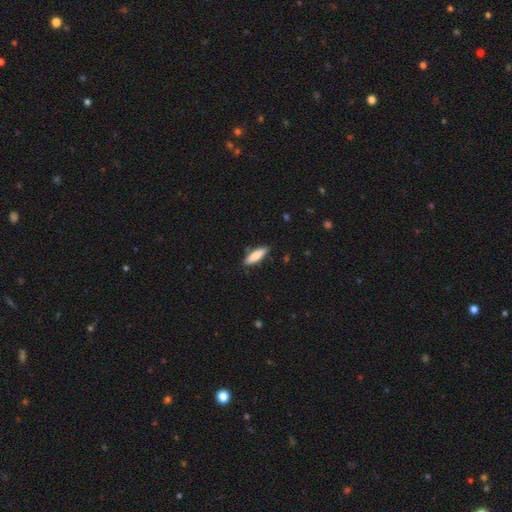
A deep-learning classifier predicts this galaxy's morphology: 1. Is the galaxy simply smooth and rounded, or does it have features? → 78% smooth, 16% featured or disk, 6% star or artifact.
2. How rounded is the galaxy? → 53% cigar-shaped, 45% in between, 2% round.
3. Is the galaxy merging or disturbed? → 84% none, 12% minor disturbance, 2% major disturbance, 2% merger.